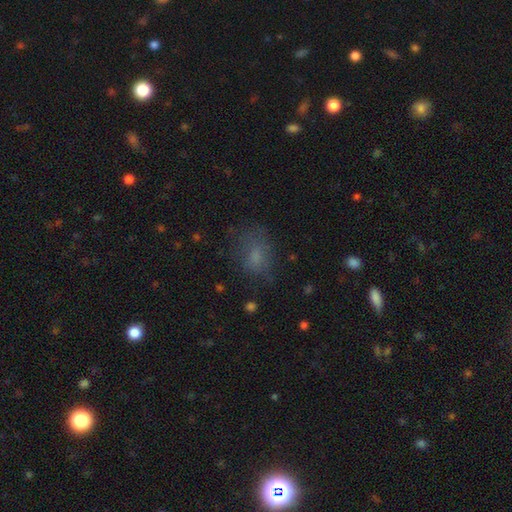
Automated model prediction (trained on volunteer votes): The model was most divided on "how rounded": in between: 68%, round: 30%, cigar-shaped: 2%. More confident: smooth or featured — smooth (69%); merging — none (60%).